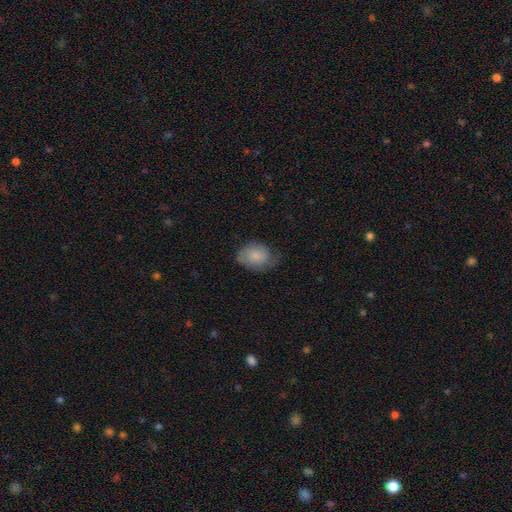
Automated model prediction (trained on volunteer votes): Overall: smooth (75%). How rounded: in between (74%). Merging: none (53%; minor disturbance 33%).